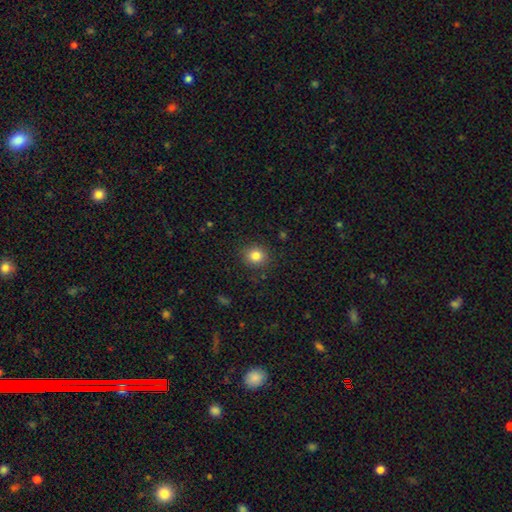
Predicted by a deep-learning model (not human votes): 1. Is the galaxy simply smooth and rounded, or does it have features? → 83% smooth, 12% star or artifact, 6% featured or disk.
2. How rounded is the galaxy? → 86% round, 13% in between, 1% cigar-shaped.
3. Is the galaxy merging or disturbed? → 88% none, 8% minor disturbance, 3% major disturbance, 1% merger.